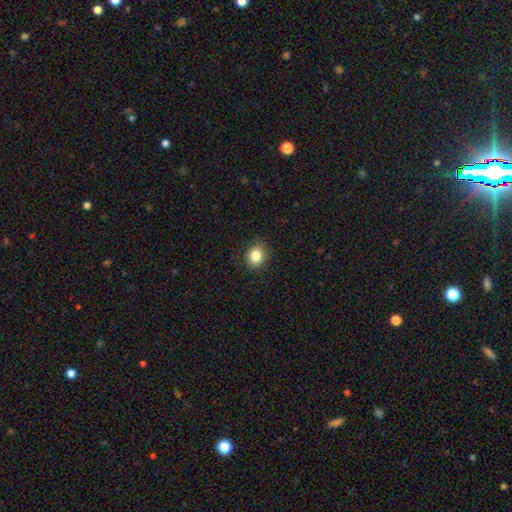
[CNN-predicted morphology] smooth_or_featured: smooth (p=0.83) [alt: star or artifact p=0.10]
how_rounded: round (p=0.63) [alt: in between p=0.37]
merging: none (p=0.88) [alt: minor disturbance p=0.09]